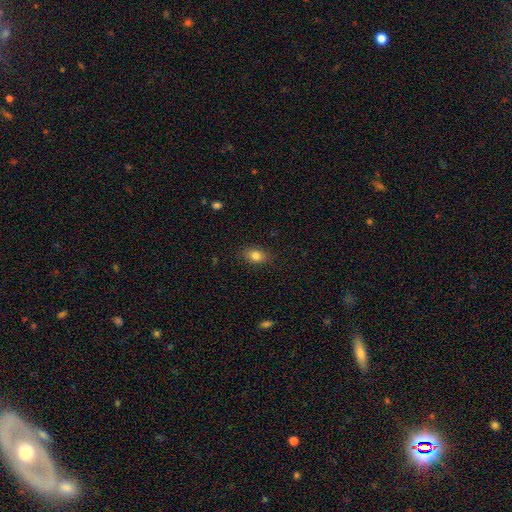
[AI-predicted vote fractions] The model was most divided on "how rounded": in between: 77%, round: 21%, cigar-shaped: 2%. More confident: merging — none (86%); smooth or featured — smooth (82%).